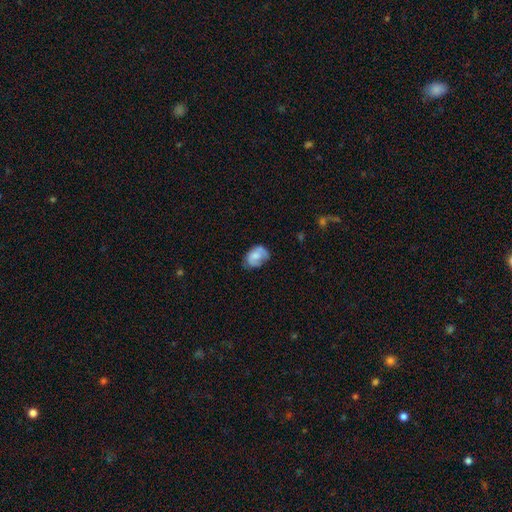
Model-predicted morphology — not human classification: Overall: smooth (63%; featured or disk 29%). How rounded: in between (74%). Merging: none (50%; minor disturbance 34%).